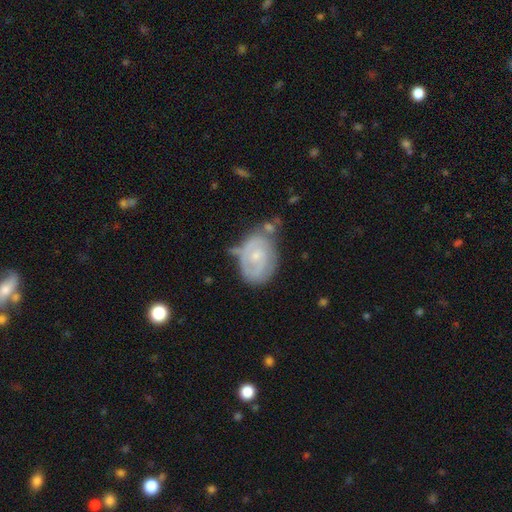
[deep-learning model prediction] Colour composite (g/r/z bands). It shows a featured or disk galaxy (67%) with no bar (67%), 2 (44%) tight (59%) spiral arms (79%) and a small central bulge (63%). Merging: none (47%).